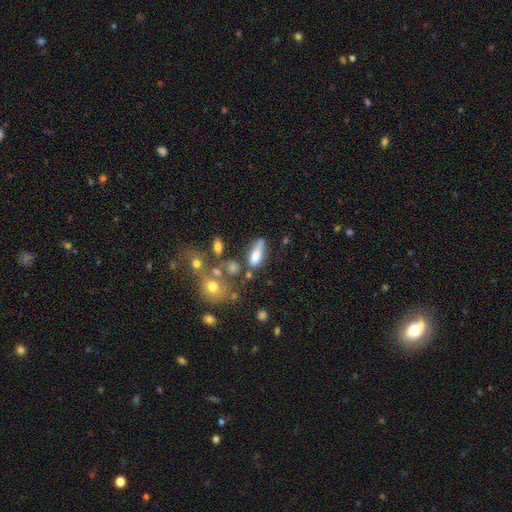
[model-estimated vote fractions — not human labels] Smooth or featured: smooth — 73% (featured or disk — 17%)
How rounded: in between — 64% (cigar-shaped — 31%)
Merging: none — 45% (minor disturbance — 23%)